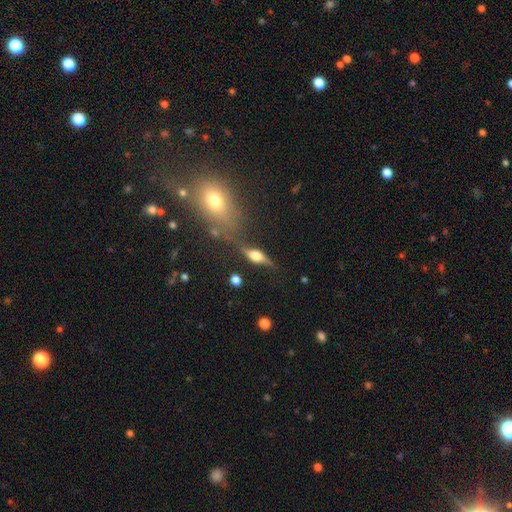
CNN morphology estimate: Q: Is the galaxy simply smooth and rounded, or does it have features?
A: featured or disk — 66%.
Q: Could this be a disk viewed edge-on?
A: yes — 76%.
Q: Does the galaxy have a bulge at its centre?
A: rounded — 93%.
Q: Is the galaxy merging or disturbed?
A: none — 62%.